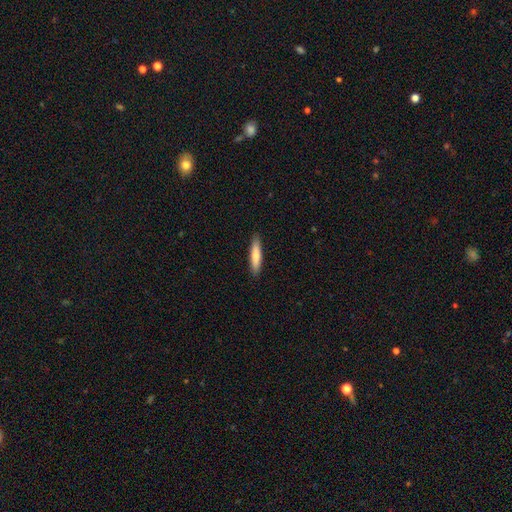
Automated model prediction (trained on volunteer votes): Overall: smooth (76%). How rounded: cigar-shaped (85%). Merging: none (90%).